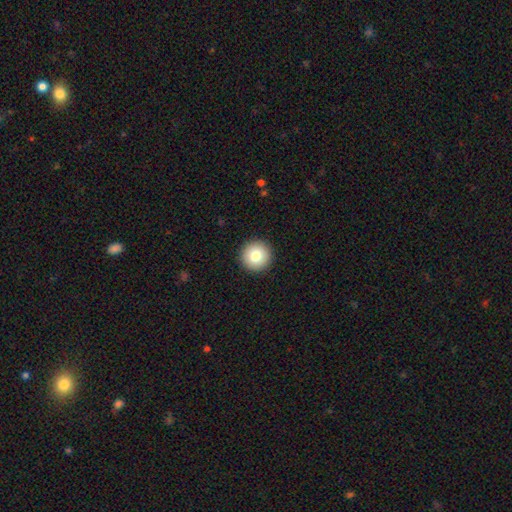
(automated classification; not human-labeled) Morphology: type=smooth (80%); roundness=round (96%); merging=none (93%).